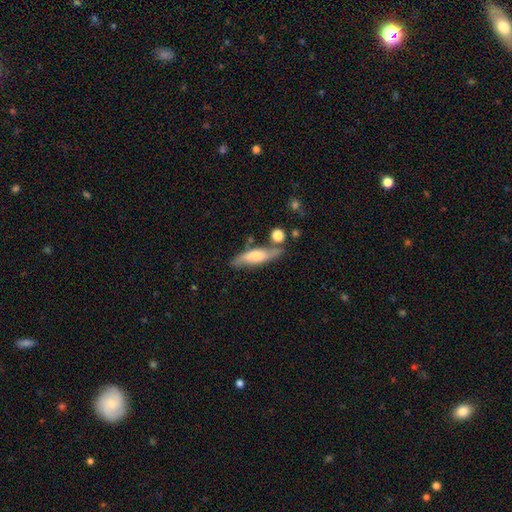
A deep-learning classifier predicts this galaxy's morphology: This appears to be a smooth galaxy with no disk features (55%) that is cigar-shaped (62%). Merging: none (65%).